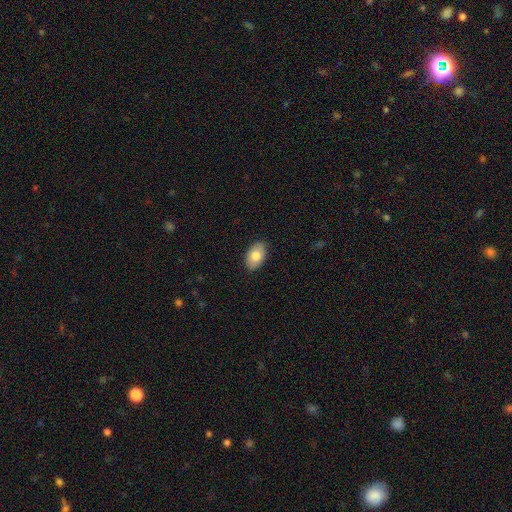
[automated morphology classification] Smooth or featured: smooth — 79% (featured or disk — 14%)
How rounded: in between — 91% (round — 7%)
Merging: none — 89% (minor disturbance — 9%)